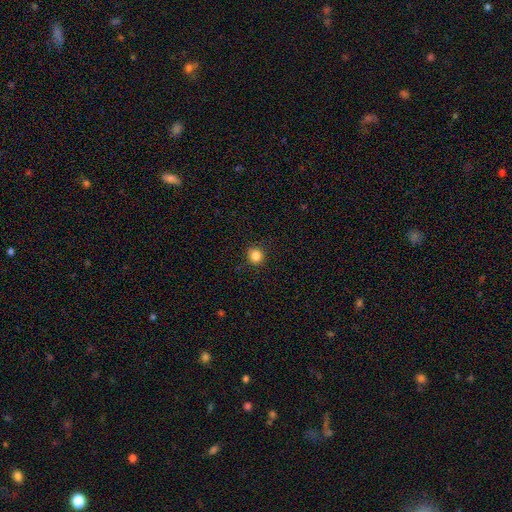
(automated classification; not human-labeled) Smooth or featured? Predicted: smooth (p=0.85). How rounded? Predicted: round (p=0.90). Merging? Predicted: none (p=0.90).